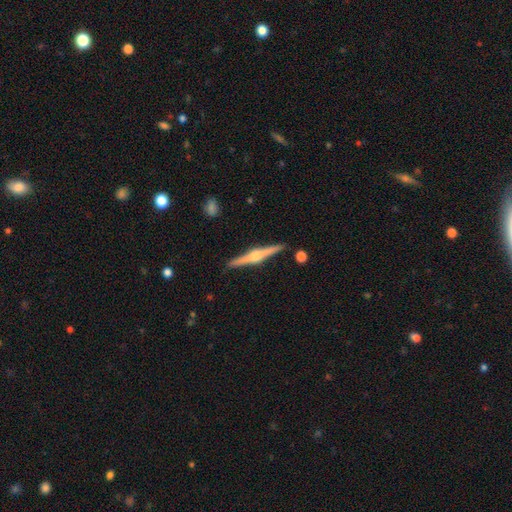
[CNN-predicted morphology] Overall: featured or disk (80%). Edge-on disk: yes (98%). Edge-on bulge: rounded (93%). Merging: none (91%).